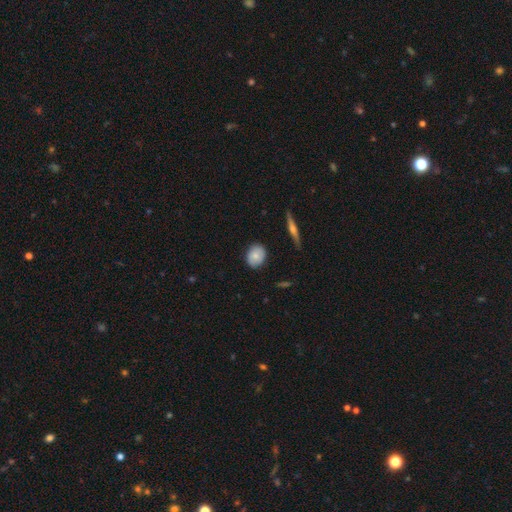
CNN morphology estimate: smooth-or-featured: smooth: 74% | featured or disk: 19% | star or artifact: 7%
  how-rounded: round: 51% | in between: 47% | cigar-shaped: 2%
  merging: none: 82% | minor disturbance: 14% | major disturbance: 3% | merger: 1%